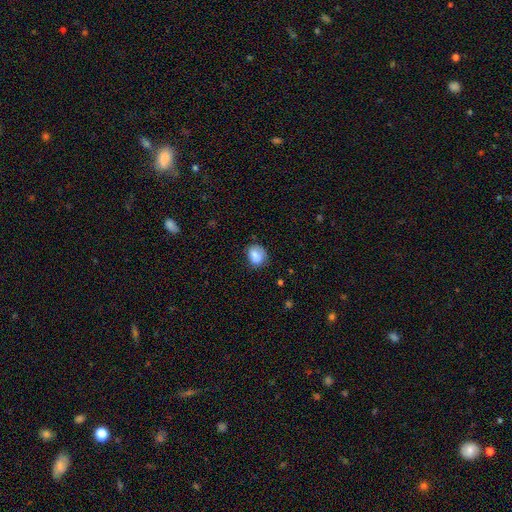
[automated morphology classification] Smooth or featured?
  - smooth: 82% *
  - featured or disk: 10%
  - star or artifact: 8%
How rounded?
  - round: 55% *
  - in between: 44%
  - cigar-shaped: 1%
Merging?
  - none: 67% *
  - minor disturbance: 25%
  - major disturbance: 6%
  - merger: 2%